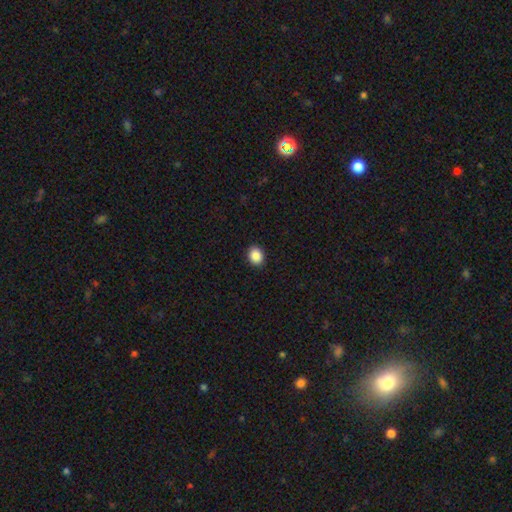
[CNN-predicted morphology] A smooth galaxy with no disk features (88%) that is round (51%). Merging: none (92%).